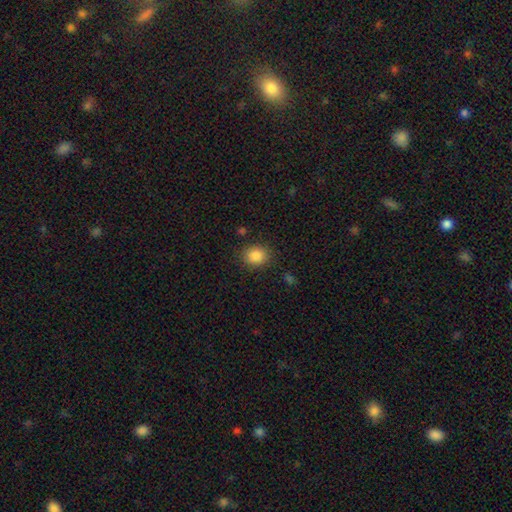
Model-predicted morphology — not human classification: smooth_or_featured: smooth (p=0.87) [alt: star or artifact p=0.09]
how_rounded: round (p=0.67) [alt: in between p=0.32]
merging: none (p=0.86) [alt: minor disturbance p=0.09]